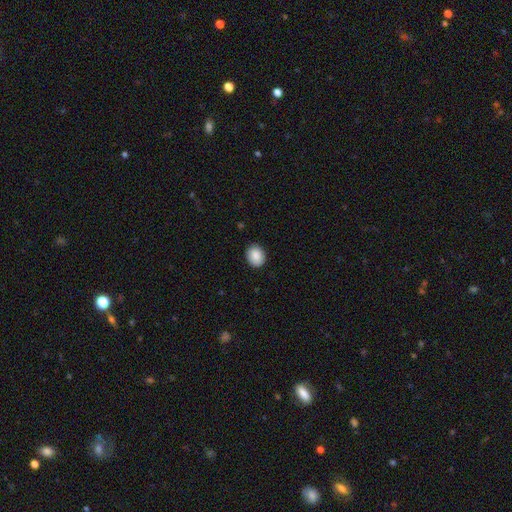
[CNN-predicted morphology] The model was most divided on "how rounded": round: 50%, in between: 49%, cigar-shaped: 1%. More confident: merging — none (88%); smooth or featured — smooth (88%).